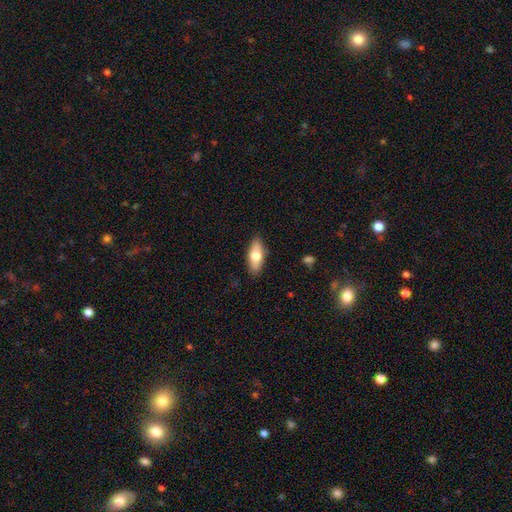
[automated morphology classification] Smooth or featured? Predicted: smooth (p=0.69). How rounded? Predicted: in between (p=0.75). Merging? Predicted: none (p=0.87).